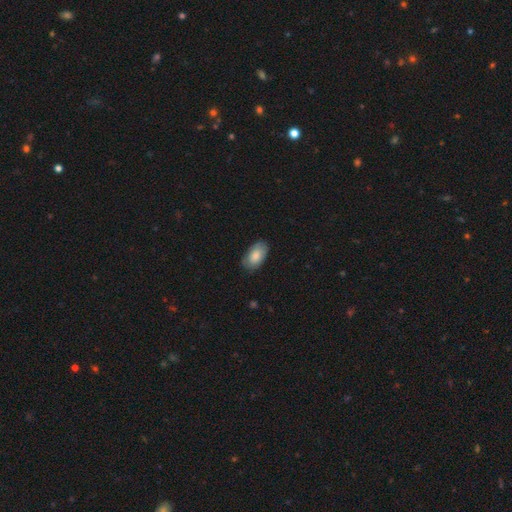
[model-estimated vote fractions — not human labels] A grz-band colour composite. It shows a smooth galaxy with no disk features (82%) that is in between round and cigar-shaped (95%). Merging: none (80%).